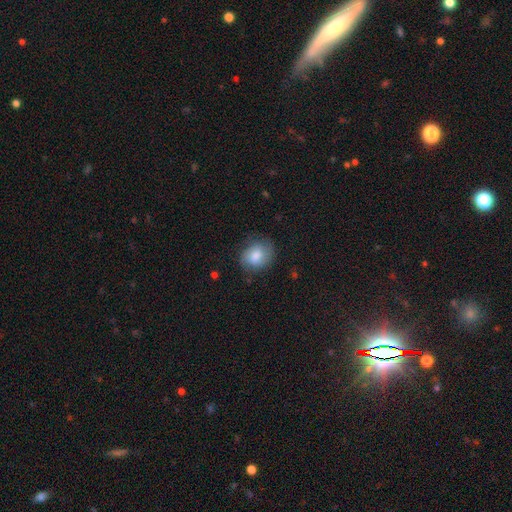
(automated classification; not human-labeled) A smooth galaxy with no disk features (77%) that is round (52%).

Vote fractions:
- Smooth or featured? smooth: 77% / featured or disk: 16% / star or artifact: 8%
- How rounded? round: 52% / in between: 47% / cigar-shaped: 1%
- Merging? none: 72% / minor disturbance: 21% / major disturbance: 6% / merger: 1%